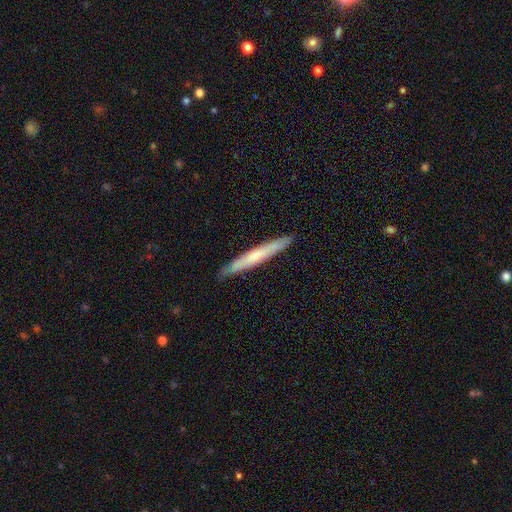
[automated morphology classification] smooth-or-featured: smooth: 55% | featured or disk: 40% | star or artifact: 5%
  how-rounded: cigar-shaped: 96% | in between: 3% | round: 1%
  merging: none: 89% | minor disturbance: 8% | major disturbance: 1% | merger: 1%